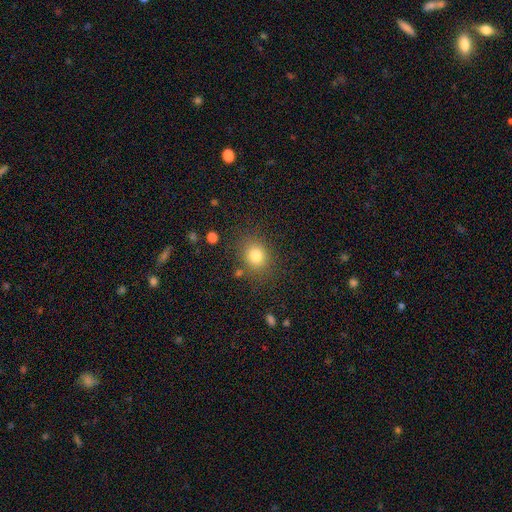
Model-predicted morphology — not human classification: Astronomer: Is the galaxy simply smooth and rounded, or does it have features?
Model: smooth — 81%.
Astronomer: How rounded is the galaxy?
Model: round — 60% (runner-up: in between, 39%).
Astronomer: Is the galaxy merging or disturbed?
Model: none — 81%.